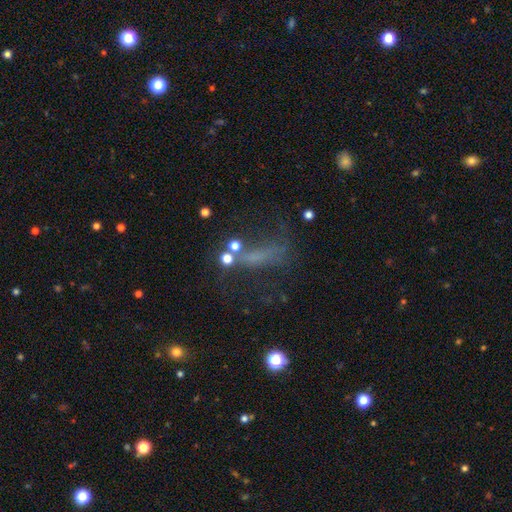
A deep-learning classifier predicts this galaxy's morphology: smooth 40%, star or artifact 31%, featured or disk 29%. Down the decision tree: merging — none (41%).